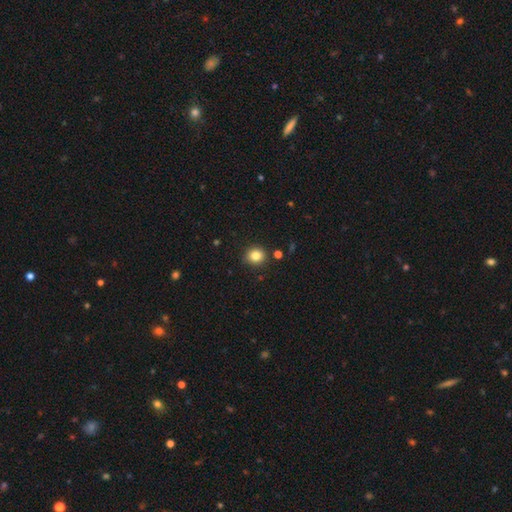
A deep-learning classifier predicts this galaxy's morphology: Smooth or featured? Predicted: smooth (p=0.83). How rounded? Predicted: round (p=0.80). Merging? Predicted: none (p=0.87).